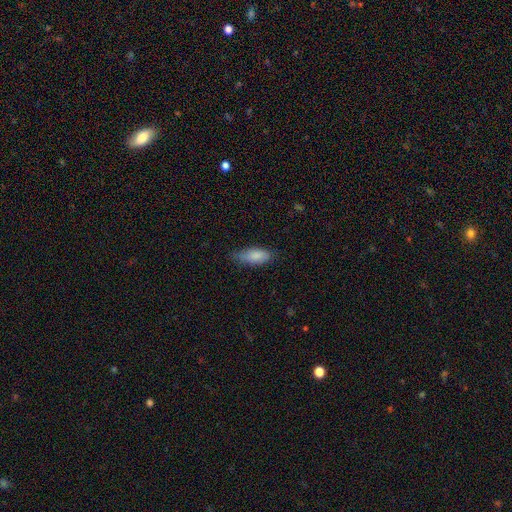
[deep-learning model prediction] This is clearly a smooth galaxy (85%). How rounded: clearly in between (83%). Merging: likely none (61%).